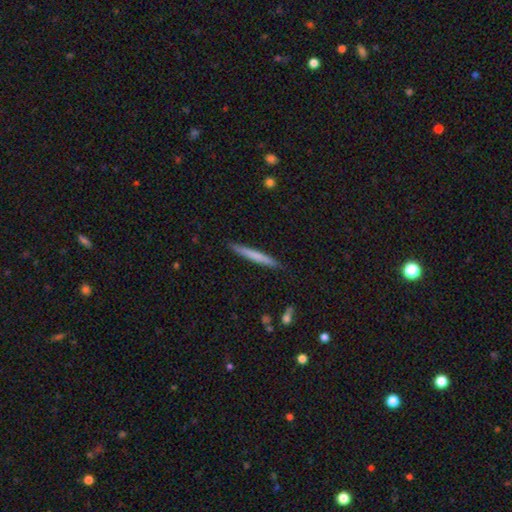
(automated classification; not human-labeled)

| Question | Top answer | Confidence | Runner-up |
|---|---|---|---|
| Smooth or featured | smooth | 64% | featured or disk (30%) |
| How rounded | cigar-shaped | 96% | in between (2%) |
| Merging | none | 90% | minor disturbance (8%) |